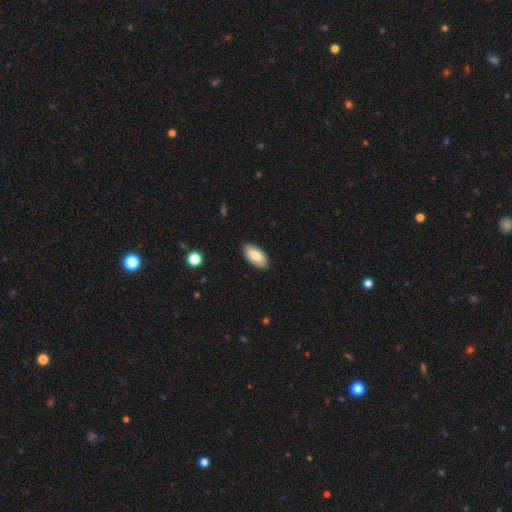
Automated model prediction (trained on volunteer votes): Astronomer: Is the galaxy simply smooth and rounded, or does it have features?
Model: smooth — 78%.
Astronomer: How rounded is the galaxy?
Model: in between — 92%.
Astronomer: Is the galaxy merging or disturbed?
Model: none — 87%.